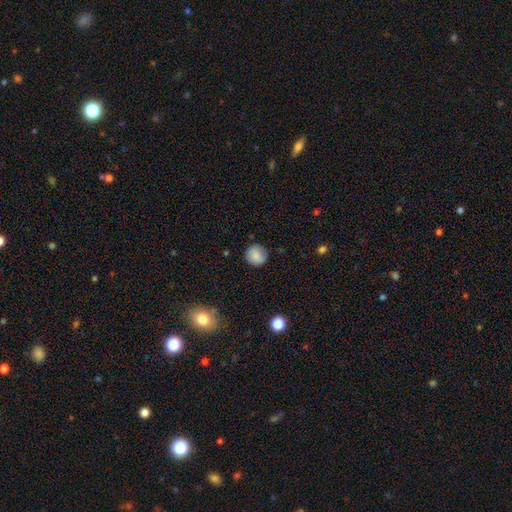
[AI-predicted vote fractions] Overall: smooth (84%). How rounded: round (92%). Merging: none (85%).